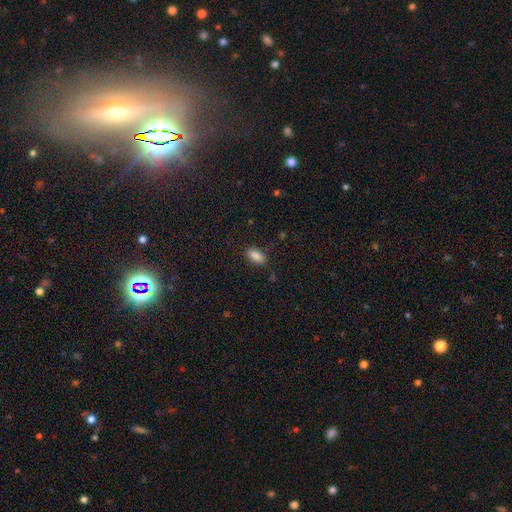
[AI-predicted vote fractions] This appears to be a smooth galaxy with no disk features (85%) that is in between round and cigar-shaped (91%). Merging: none (83%).